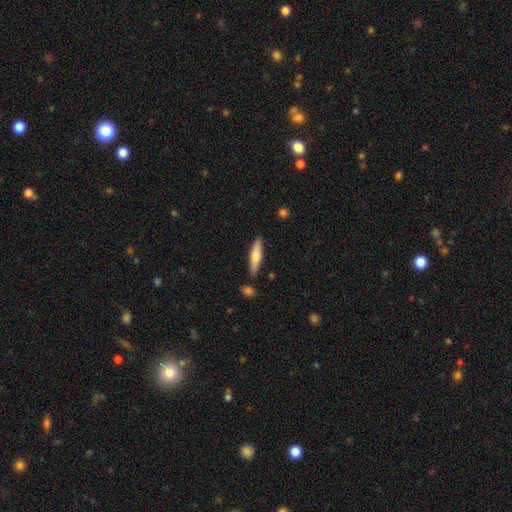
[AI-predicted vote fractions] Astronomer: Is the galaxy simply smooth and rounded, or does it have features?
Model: smooth — 67%.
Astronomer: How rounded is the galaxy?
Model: cigar-shaped — 78%.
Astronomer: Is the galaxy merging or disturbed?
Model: none — 85%.